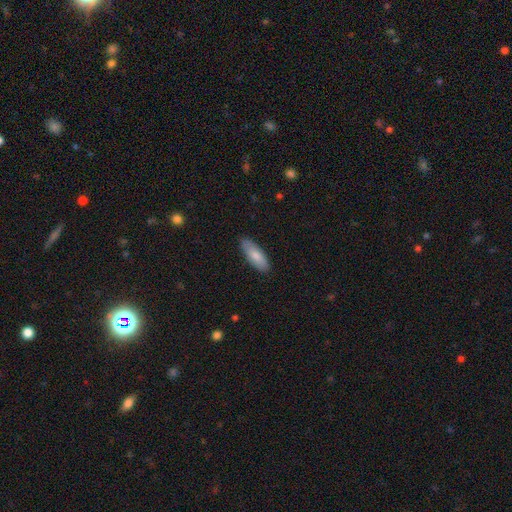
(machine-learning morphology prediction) This appears to be a smooth galaxy with no disk features (81%) that is in between round and cigar-shaped (68%). Merging: none (86%).